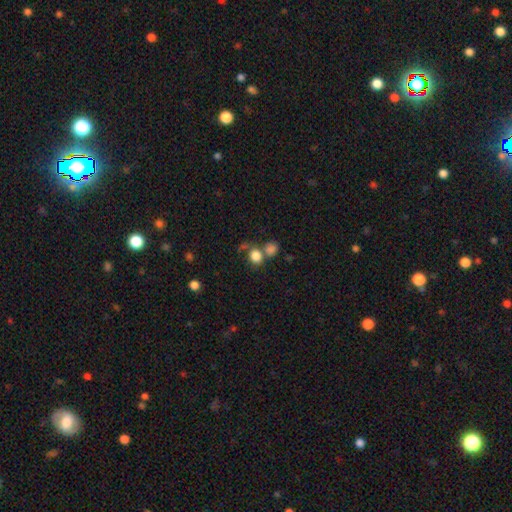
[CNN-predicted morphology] Smooth or featured? smooth (82%)
How rounded? round (77%)
Merging? none (47%)